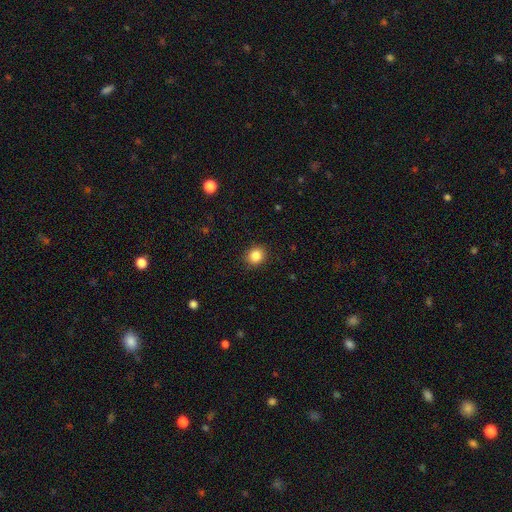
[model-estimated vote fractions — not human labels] Smooth or featured: smooth — 86% (star or artifact — 10%)
How rounded: round — 71% (in between — 28%)
Merging: none — 90% (minor disturbance — 7%)